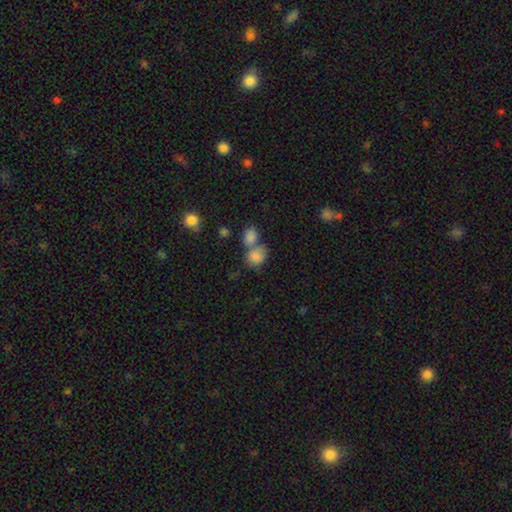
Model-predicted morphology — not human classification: smooth-or-featured: smooth: 82% | star or artifact: 9% | featured or disk: 9%
  how-rounded: round: 52% | in between: 47% | cigar-shaped: 1%
  merging: merger: 53% | none: 31% | minor disturbance: 11% | major disturbance: 5%